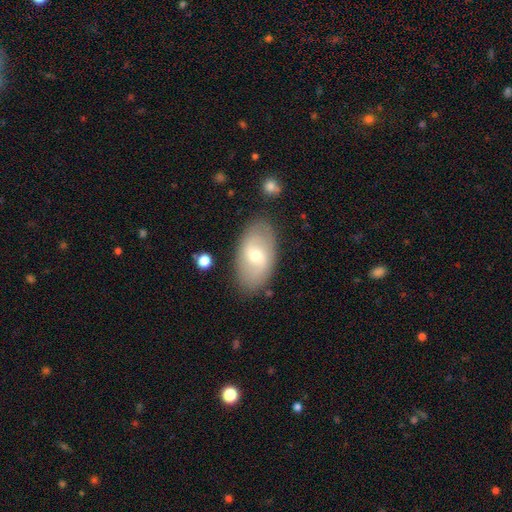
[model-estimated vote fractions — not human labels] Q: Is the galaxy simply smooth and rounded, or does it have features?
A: smooth — 47%.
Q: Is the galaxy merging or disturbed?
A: none — 83%.